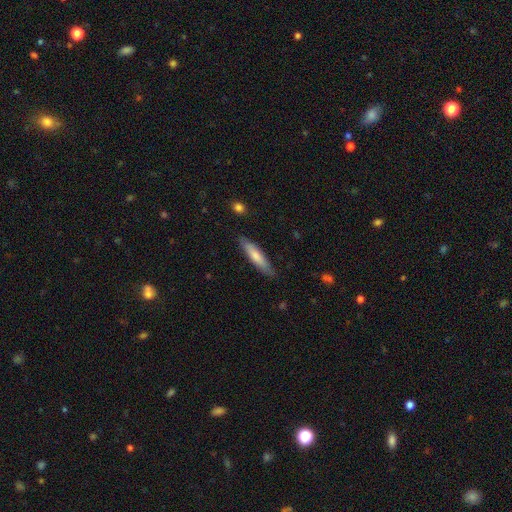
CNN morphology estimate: Smooth or featured? smooth (71%)
How rounded? cigar-shaped (82%)
Merging? none (85%)